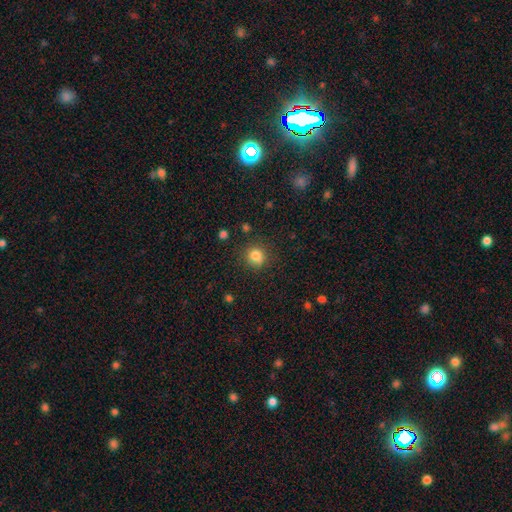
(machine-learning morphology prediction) Overall: smooth (81%). How rounded: round (84%). Merging: none (80%).